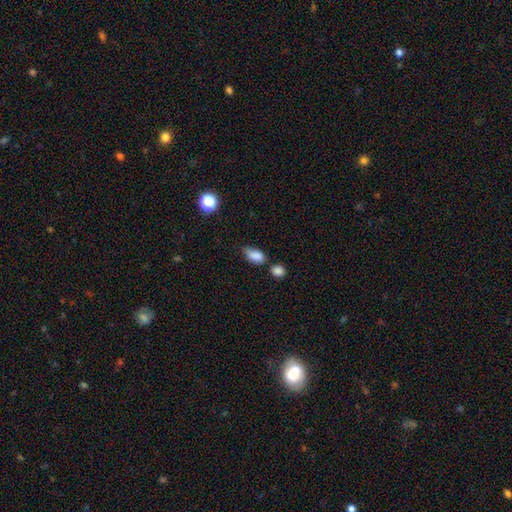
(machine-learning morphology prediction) The model was most divided on "merging": none: 43%, minor disturbance: 31%, merger: 17%, major disturbance: 8%. More confident: how rounded — in between (86%); smooth or featured — smooth (83%).